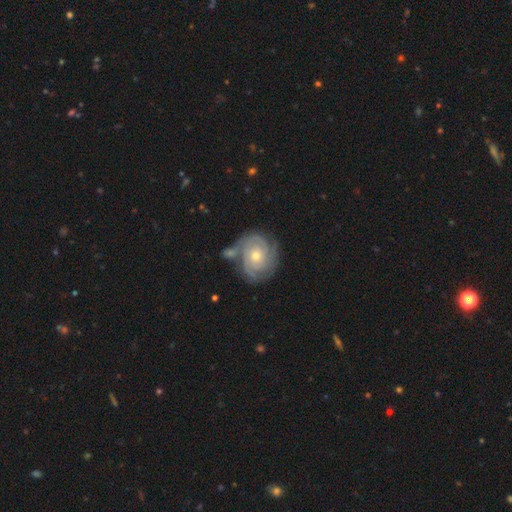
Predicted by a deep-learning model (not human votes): A featured or disk galaxy (85%) with no bar (78%), 3 (34%) tight (77%) spiral arms (96%) and a moderate central bulge (56%).

Vote fractions:
- Smooth or featured? featured or disk: 85% / smooth: 10% / star or artifact: 5%
- Edge-on disk? no: 98% / yes: 2%
- Bar? no: 78% / weak: 18% / strong: 4%
- Spiral arms? yes: 96% / no: 4%
- Spiral winding? tight: 77% / medium: 19% / loose: 4%
- Spiral arm count? 3: 34% / 2: 25% / can't tell: 19% / 4: 12% / more than 4: 5% / 1: 5%
- Bulge size? moderate: 56% / small: 40% / large: 2% / none: 1% / dominant: 1%
- Merging? none: 62% / minor disturbance: 16% / merger: 16% / major disturbance: 6%